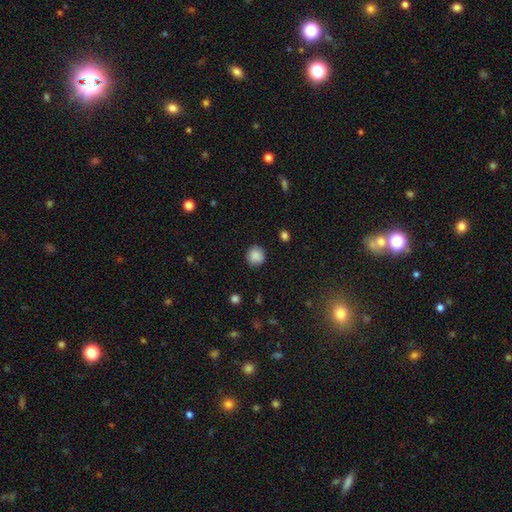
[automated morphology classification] Smooth or featured? smooth (88%)
How rounded? round (89%)
Merging? none (86%)